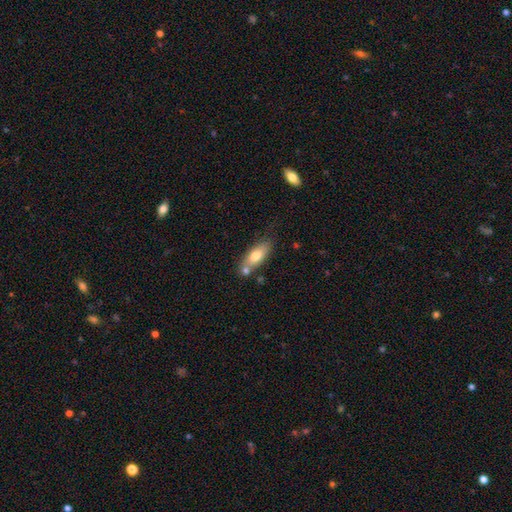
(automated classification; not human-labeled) The model was most divided on "merging": none: 57%, merger: 21%, minor disturbance: 17%, major disturbance: 4%. More confident: how rounded — in between (73%); smooth or featured — smooth (71%).